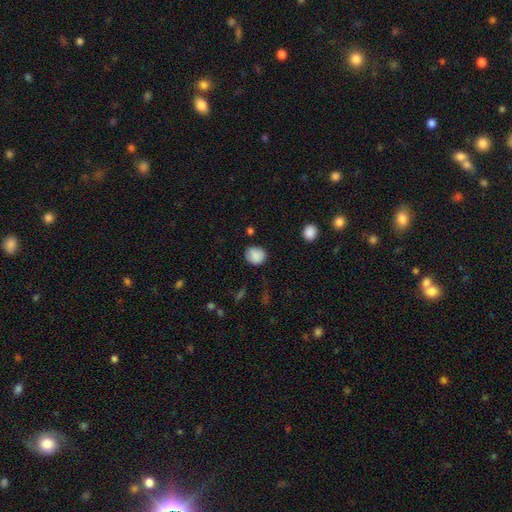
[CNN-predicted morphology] type=smooth (86%); roundness=round (78%); merging=none (78%).